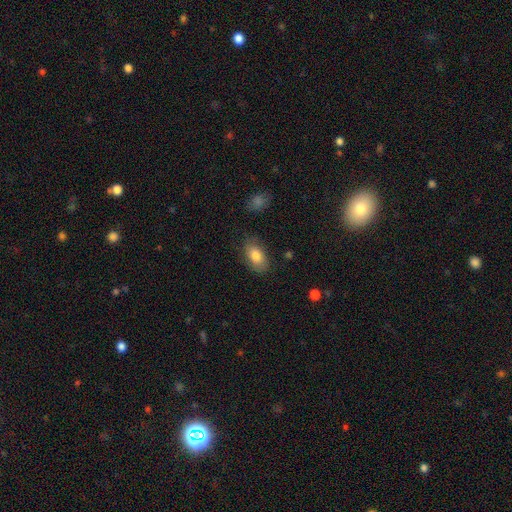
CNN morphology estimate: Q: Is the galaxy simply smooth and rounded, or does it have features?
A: smooth — 82%.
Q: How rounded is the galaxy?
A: in between — 92%.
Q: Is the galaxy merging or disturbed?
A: none — 81%.